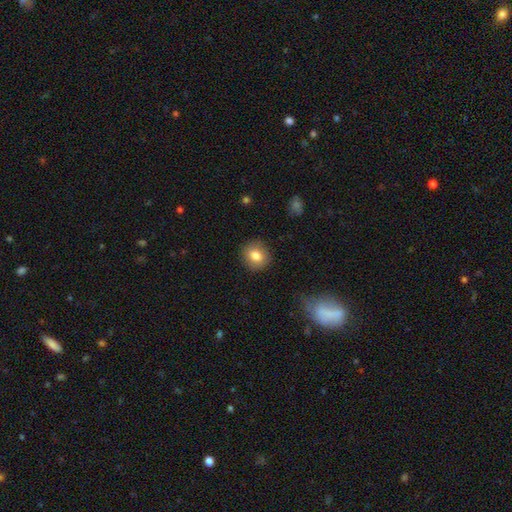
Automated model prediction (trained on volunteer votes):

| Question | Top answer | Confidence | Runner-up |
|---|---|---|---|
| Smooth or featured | smooth | 81% | featured or disk (10%) |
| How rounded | round | 85% | in between (14%) |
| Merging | none | 89% | minor disturbance (8%) |